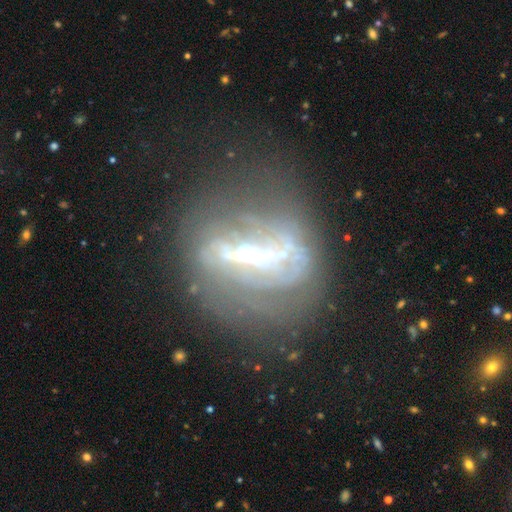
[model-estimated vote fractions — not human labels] smooth_or_featured: featured or disk (p=0.74) [alt: smooth p=0.13]
disk_edge_on: no (p=0.81) [alt: yes p=0.19]
bar: strong (p=0.70) [alt: weak p=0.16]
has_spiral_arms: yes (p=0.51) [alt: no p=0.49]
bulge_size: moderate (p=0.35) [alt: small p=0.26]
merging: none (p=0.50) [alt: major disturbance p=0.26]